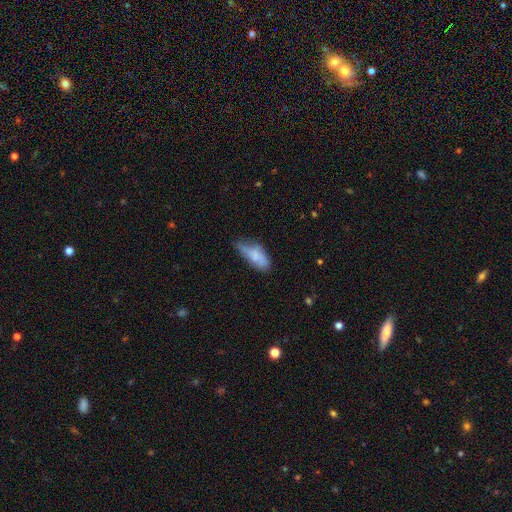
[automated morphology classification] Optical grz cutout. It shows a smooth galaxy with no disk features (70%) that is in between round and cigar-shaped (75%). Merging: minor disturbance (39%).